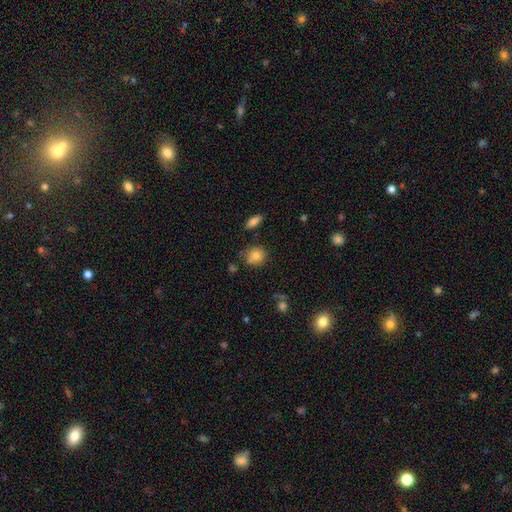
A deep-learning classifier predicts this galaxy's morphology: Smooth or featured: smooth — 80% (star or artifact — 10%)
How rounded: round — 76% (in between — 22%)
Merging: none — 69% (minor disturbance — 19%)